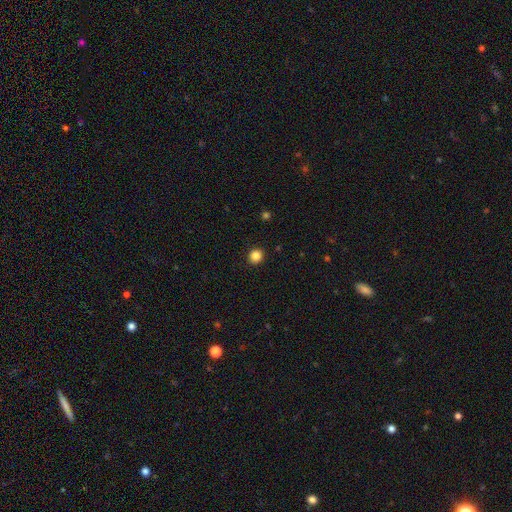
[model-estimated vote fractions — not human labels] Smooth or featured? smooth (85%)
How rounded? round (89%)
Merging? none (92%)